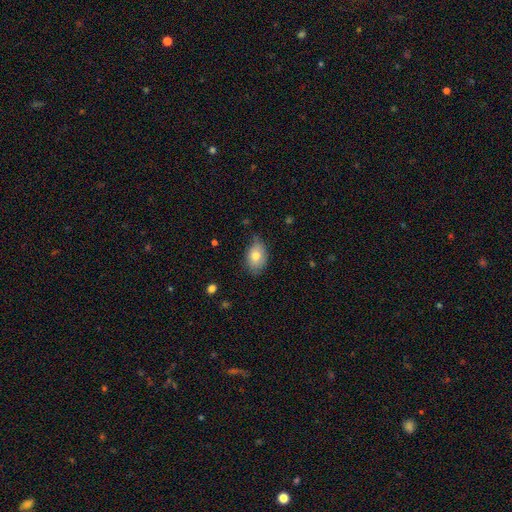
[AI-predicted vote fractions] Morphology: type=smooth (78%); roundness=in between (86%); merging=none (63%).